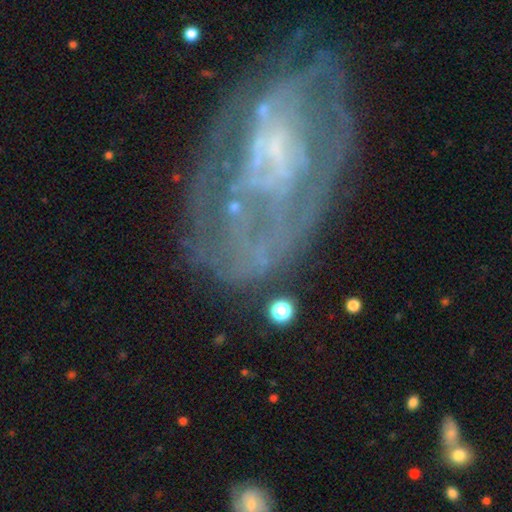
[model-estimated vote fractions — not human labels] Smooth or featured? Predicted: featured or disk (p=0.77). Edge-on disk? Predicted: no (p=0.96). Bar? Predicted: no (p=0.59). Spiral arms? Predicted: yes (p=0.62). Bulge size? Predicted: none (p=0.49). Merging? Predicted: none (p=0.53).